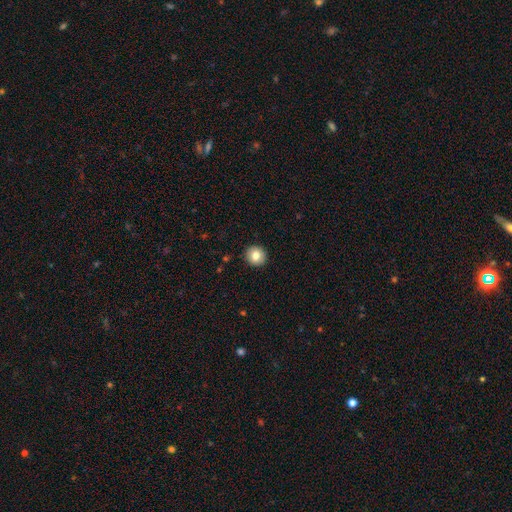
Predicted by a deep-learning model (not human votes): Smooth or featured? Predicted: smooth (p=0.81). How rounded? Predicted: round (p=0.94). Merging? Predicted: none (p=0.93).